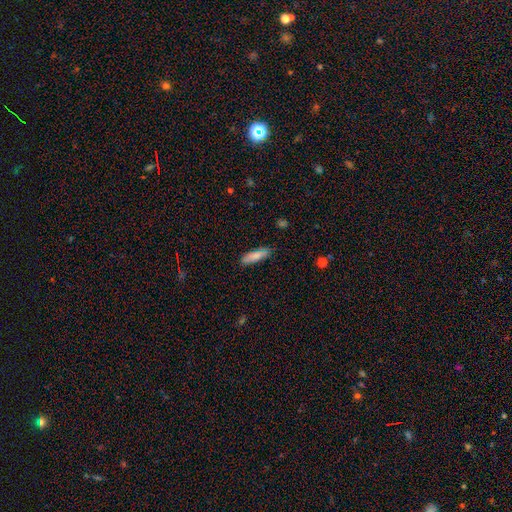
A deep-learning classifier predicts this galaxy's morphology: Overall: smooth (82%). How rounded: cigar-shaped (63%; in between 36%). Merging: none (83%).